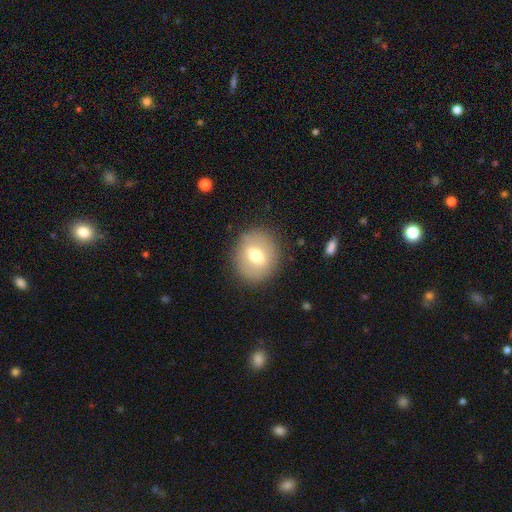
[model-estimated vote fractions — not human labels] Smooth or featured: smooth — 60% (featured or disk — 31%)
How rounded: round — 77% (in between — 22%)
Merging: none — 86% (minor disturbance — 9%)